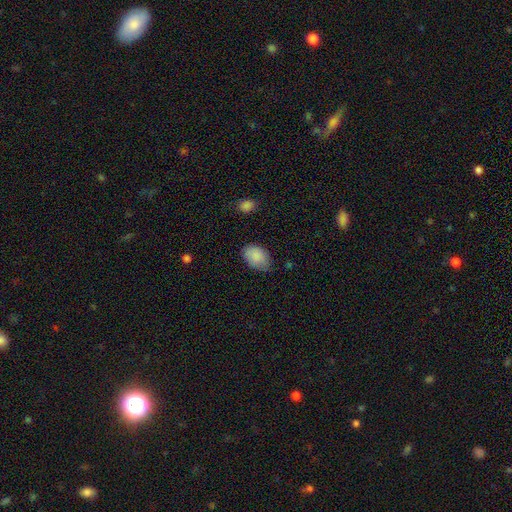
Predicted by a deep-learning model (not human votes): Smooth or featured: smooth — 88% (star or artifact — 7%)
How rounded: in between — 85% (round — 14%)
Merging: none — 70% (minor disturbance — 24%)